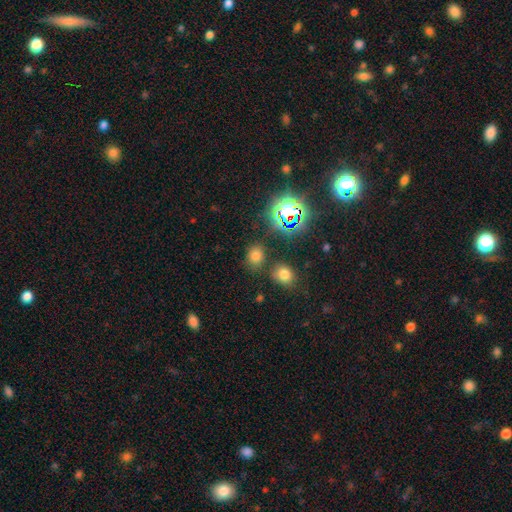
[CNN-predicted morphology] The model was most divided on "how rounded": round: 54%, in between: 45%, cigar-shaped: 1%. More confident: merging — none (78%); smooth or featured — smooth (67%).